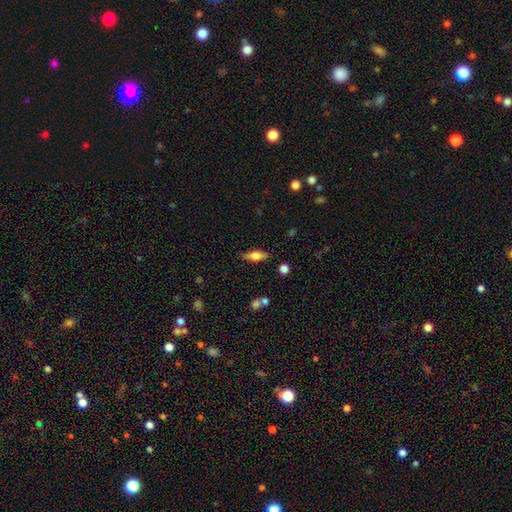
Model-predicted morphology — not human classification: Smooth or featured: smooth — 55% (featured or disk — 37%)
How rounded: in between — 62% (cigar-shaped — 34%)
Merging: none — 83% (minor disturbance — 12%)